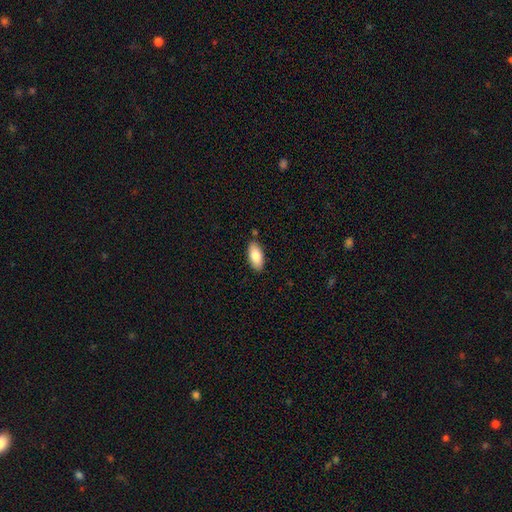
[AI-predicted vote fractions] Q: Smooth or featured?
A: smooth (82%); runner-up: featured or disk (12%)
Q: How rounded?
A: in between (90%); runner-up: cigar-shaped (8%)
Q: Merging?
A: none (87%); runner-up: minor disturbance (9%)